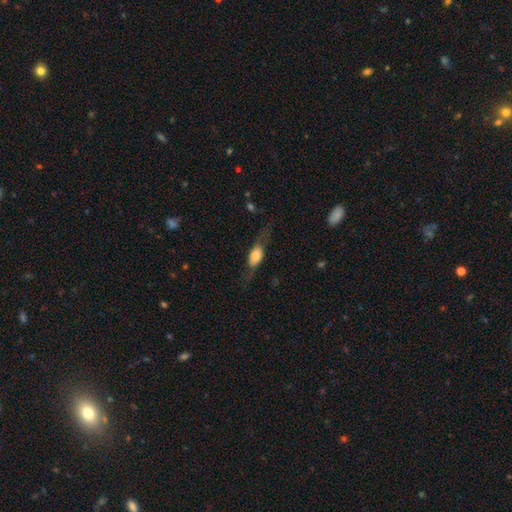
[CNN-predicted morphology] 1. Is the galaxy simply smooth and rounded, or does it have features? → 52% smooth, 41% featured or disk, 6% star or artifact.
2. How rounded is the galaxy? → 69% in between, 25% cigar-shaped, 7% round.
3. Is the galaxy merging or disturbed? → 59% none, 20% minor disturbance, 18% major disturbance, 2% merger.